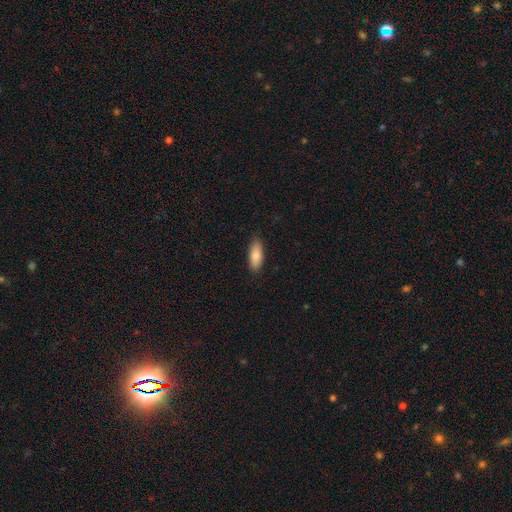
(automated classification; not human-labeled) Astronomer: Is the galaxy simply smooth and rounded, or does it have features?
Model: smooth — 84%.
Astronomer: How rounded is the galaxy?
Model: in between — 73%.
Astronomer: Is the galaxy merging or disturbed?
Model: none — 84%.